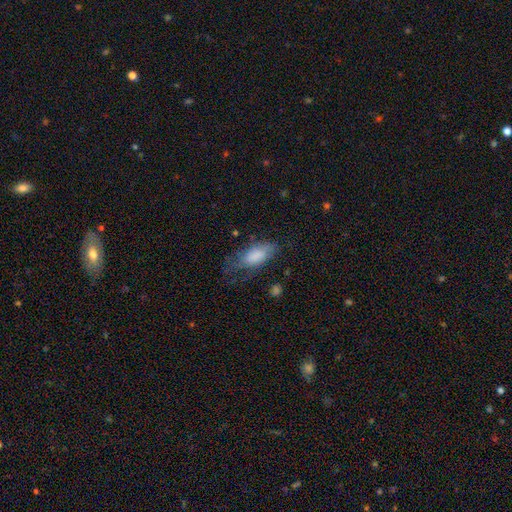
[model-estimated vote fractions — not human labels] A smooth galaxy with no disk features (70%) that is in between round and cigar-shaped (86%). Merging: none (42%).